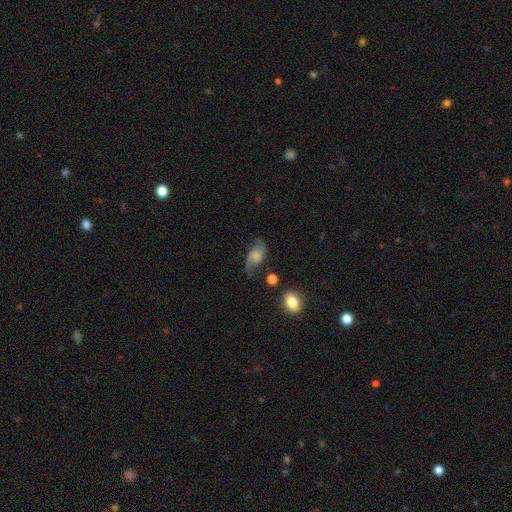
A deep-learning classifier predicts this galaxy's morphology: smooth_or_featured: featured or disk (p=0.54) [alt: smooth p=0.37]
disk_edge_on: no (p=0.95) [alt: yes p=0.05]
bar: no (p=0.67) [alt: weak p=0.29]
has_spiral_arms: yes (p=0.87) [alt: no p=0.13]
bulge_size: small (p=0.40) [alt: moderate p=0.33]
merging: none (p=0.52) [alt: minor disturbance p=0.27]